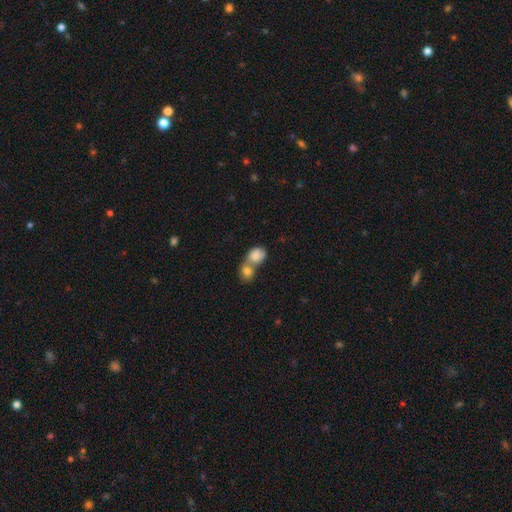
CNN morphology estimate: smooth-or-featured: smooth: 79% | featured or disk: 13% | star or artifact: 8%
  how-rounded: in between: 49% (tied) | round: 49% (tied) | cigar-shaped: 1%
  merging: merger: 73% | none: 17% | minor disturbance: 6% | major disturbance: 3%